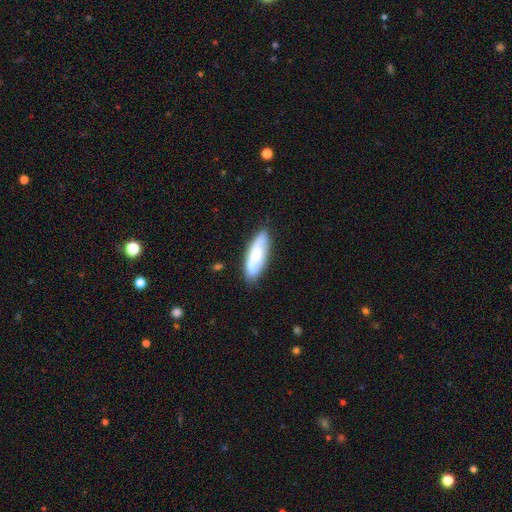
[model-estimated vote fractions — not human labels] This appears to be a smooth galaxy with no disk features (62%) that is in between round and cigar-shaped (60%). Merging: none (77%).